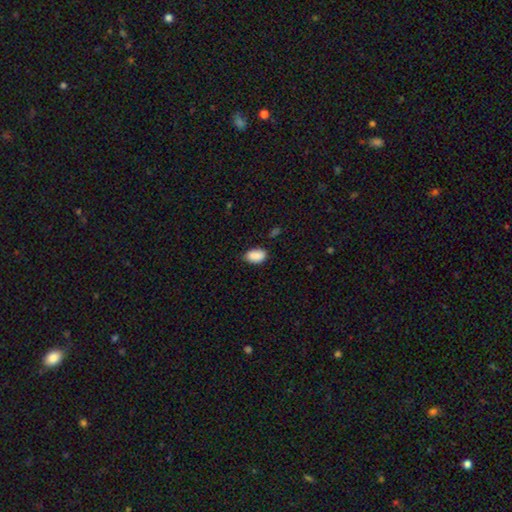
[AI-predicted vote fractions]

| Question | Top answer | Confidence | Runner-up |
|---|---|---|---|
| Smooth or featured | smooth | 89% | star or artifact (7%) |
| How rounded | in between | 91% | round (7%) |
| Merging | none | 76% | minor disturbance (19%) |